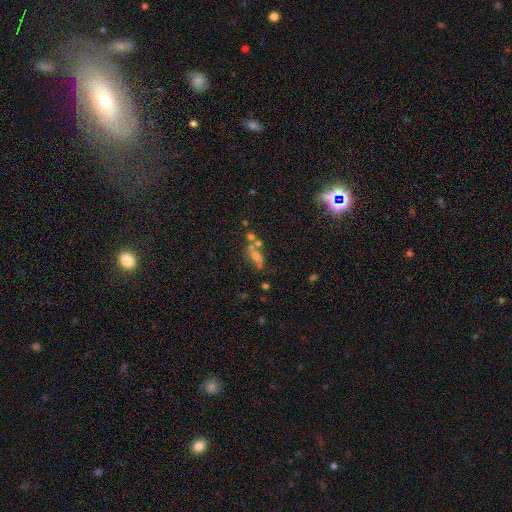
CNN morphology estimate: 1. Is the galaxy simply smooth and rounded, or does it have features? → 54% smooth, 26% featured or disk, 20% star or artifact.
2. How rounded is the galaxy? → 70% in between, 16% round, 14% cigar-shaped.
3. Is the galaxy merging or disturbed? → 39% none, 36% merger, 14% minor disturbance, 11% major disturbance.